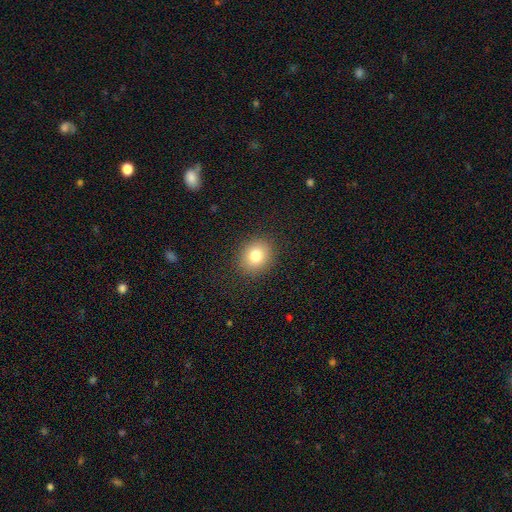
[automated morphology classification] The model was most divided on "how rounded": round: 71%, in between: 28%, cigar-shaped: 1%. More confident: merging — none (89%); smooth or featured — smooth (80%).